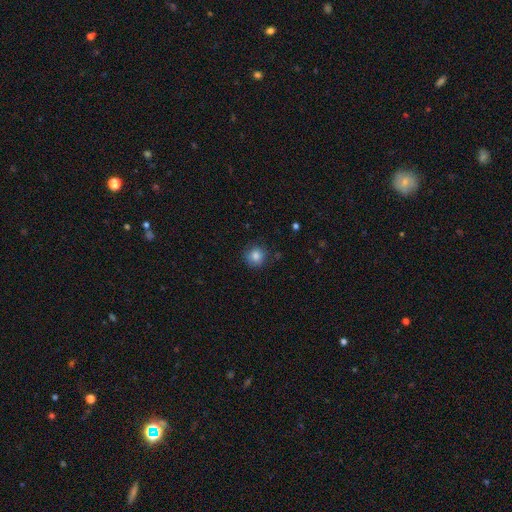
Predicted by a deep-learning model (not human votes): Smooth or featured? Predicted: smooth (p=0.83). How rounded? Predicted: round (p=0.92). Merging? Predicted: none (p=0.82).